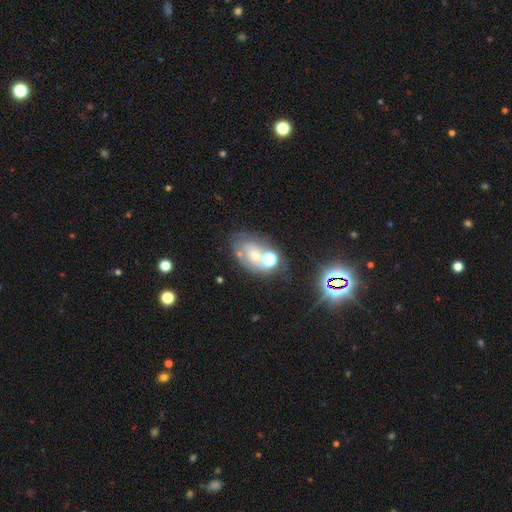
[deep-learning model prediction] Q: Smooth or featured?
A: featured or disk (46%); runner-up: smooth (31%)
Q: Merging?
A: none (45%); runner-up: merger (20%)